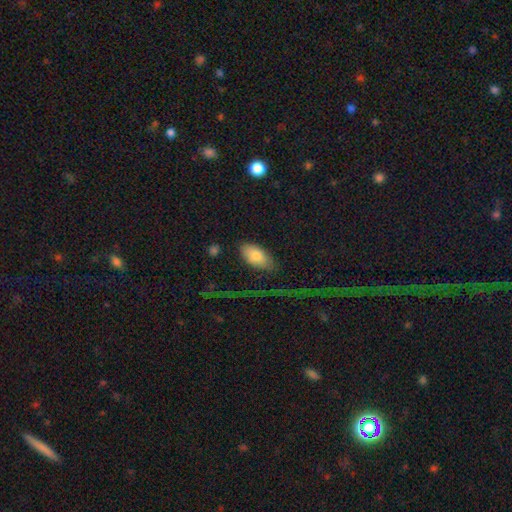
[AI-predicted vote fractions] A smooth galaxy with no disk features (78%) that is in between round and cigar-shaped (93%).

Vote fractions:
- Smooth or featured? smooth: 78% / featured or disk: 15% / star or artifact: 7%
- How rounded? in between: 93% / cigar-shaped: 4% / round: 3%
- Merging? none: 69% / minor disturbance: 17% / major disturbance: 11% / merger: 3%